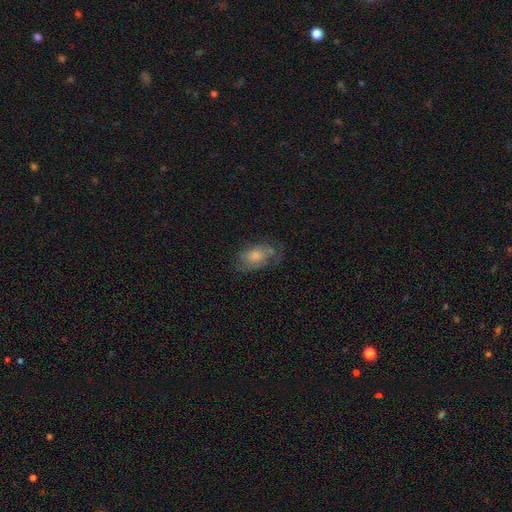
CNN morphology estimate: type=smooth (49%); merging=none (61%).